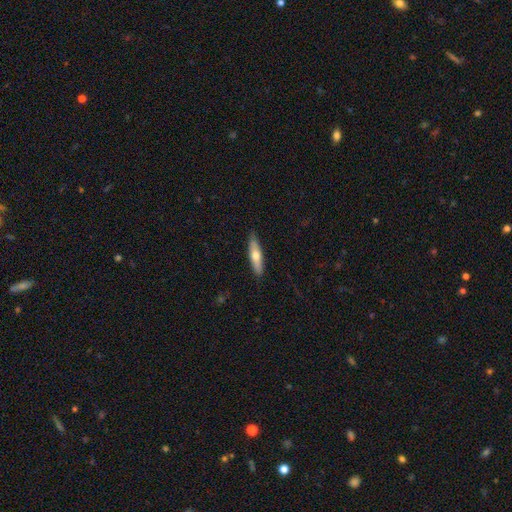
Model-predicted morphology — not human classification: The model was most divided on "smooth or featured": smooth: 58%, featured or disk: 37%, star or artifact: 6%. More confident: merging — none (88%); how rounded — cigar-shaped (77%).